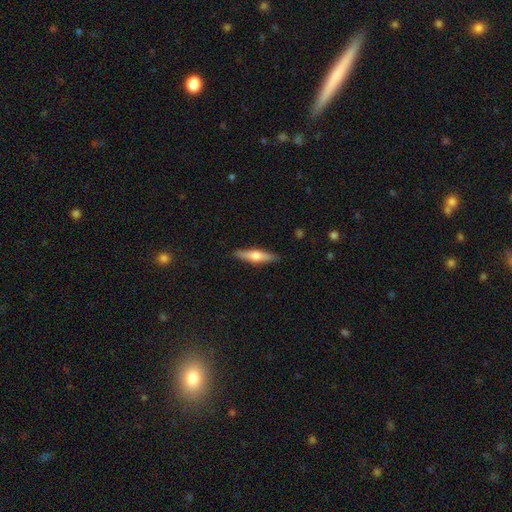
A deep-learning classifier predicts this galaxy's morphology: A featured or disk galaxy (51%) viewed edge-on (95%). Merging: none (88%).